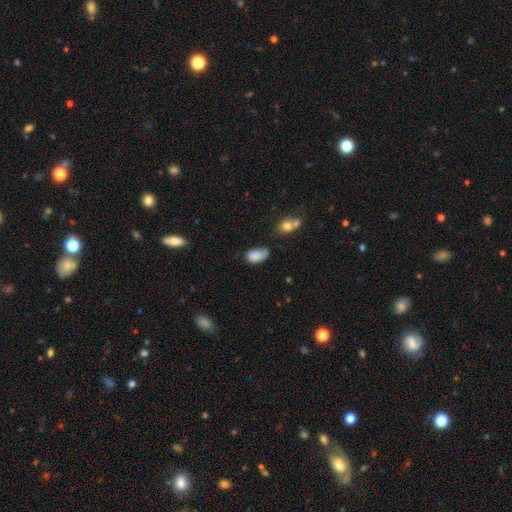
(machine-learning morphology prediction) A smooth galaxy with no disk features (83%) that is in between round and cigar-shaped (91%).

Vote fractions:
- Smooth or featured? smooth: 83% / star or artifact: 8% / featured or disk: 8%
- How rounded? in between: 91% / round: 7% / cigar-shaped: 2%
- Merging? minor disturbance: 40% / none: 38% / major disturbance: 15% / merger: 6%